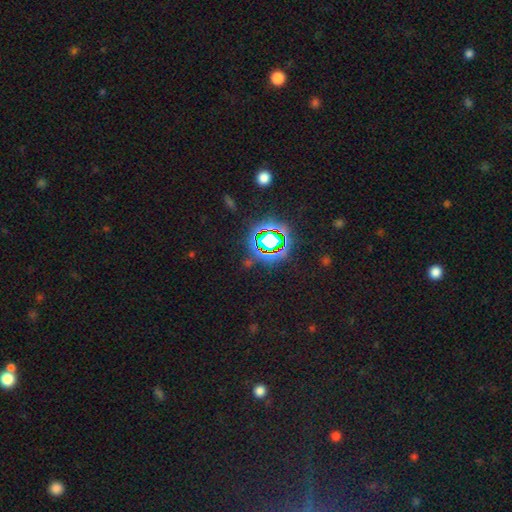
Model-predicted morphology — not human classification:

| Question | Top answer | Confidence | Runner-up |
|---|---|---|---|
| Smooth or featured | star or artifact | 79% | smooth (13%) |